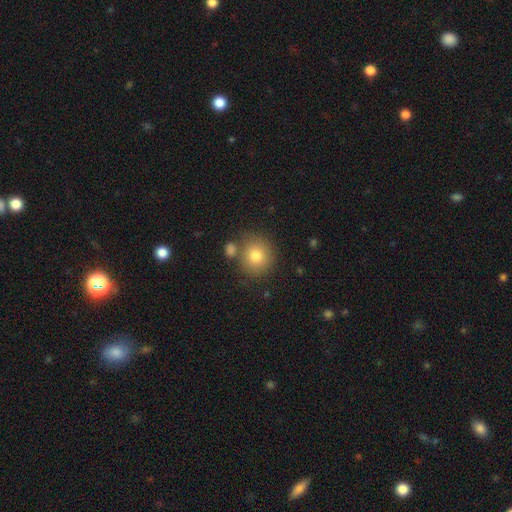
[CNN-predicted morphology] A smooth galaxy with no disk features (79%) that is round (83%). Merging: none (70%).